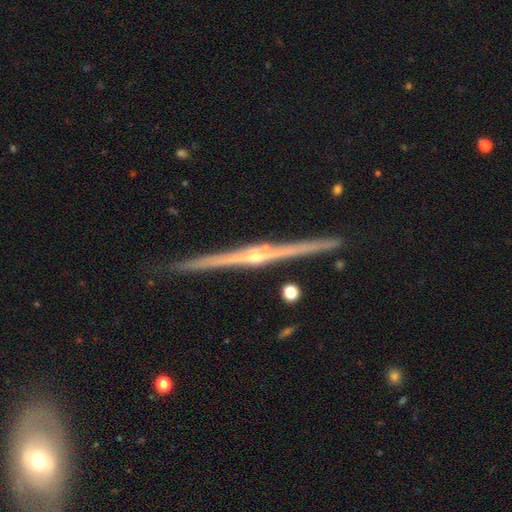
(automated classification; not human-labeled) Smooth or featured? featured or disk (89%)
Edge-on disk? yes (99%)
Edge-on bulge? rounded (85%)
Merging? none (90%)